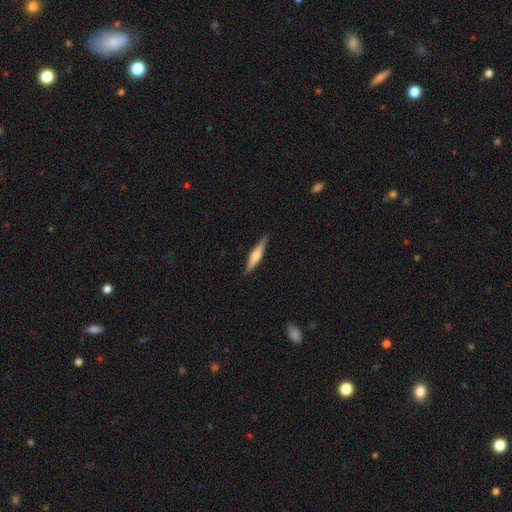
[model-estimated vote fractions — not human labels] This is possibly a featured or disk galaxy (58%). It is clearly viewed edge-on (97%). Edge-on bulge: likely rounded (77%). Merging: clearly none (89%).